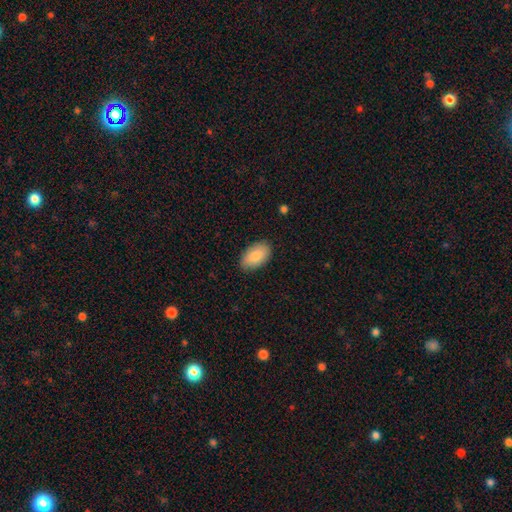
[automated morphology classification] This appears to be a smooth galaxy with no disk features (84%) that is in between round and cigar-shaped (94%). Merging: none (86%).